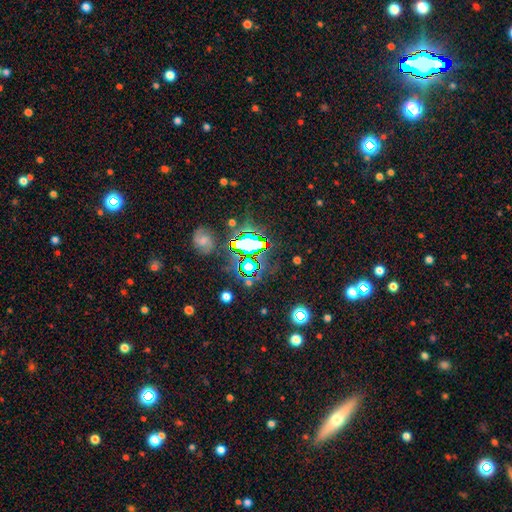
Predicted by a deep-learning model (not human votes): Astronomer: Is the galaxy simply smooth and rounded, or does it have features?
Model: star or artifact — 77%.